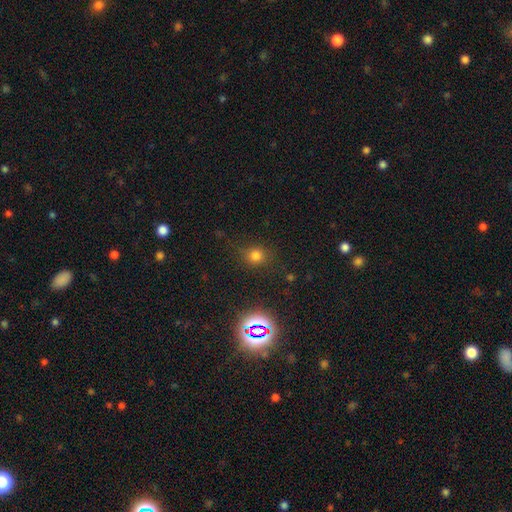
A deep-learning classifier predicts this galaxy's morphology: Smooth or featured? Predicted: smooth (p=0.72). How rounded? Predicted: round (p=0.80). Merging? Predicted: none (p=0.79).